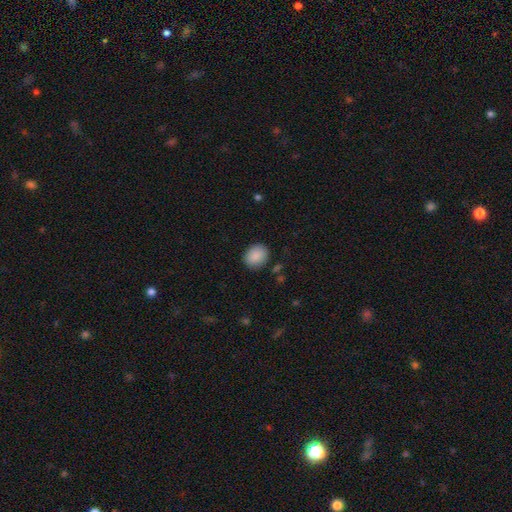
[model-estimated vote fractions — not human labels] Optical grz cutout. It shows a smooth galaxy with no disk features (89%) that is round (56%). Merging: none (87%).